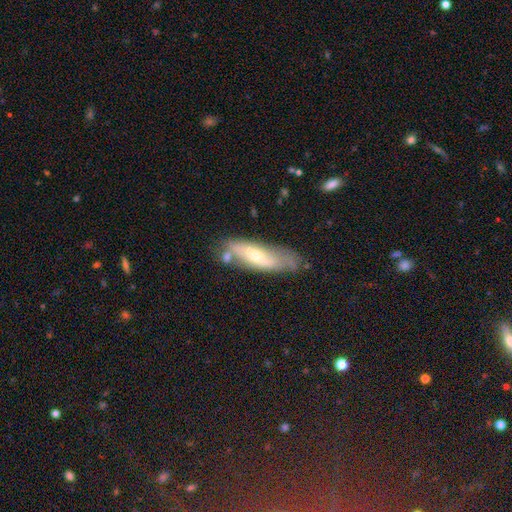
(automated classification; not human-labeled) A featured or disk galaxy (49%). Merging: none (59%).